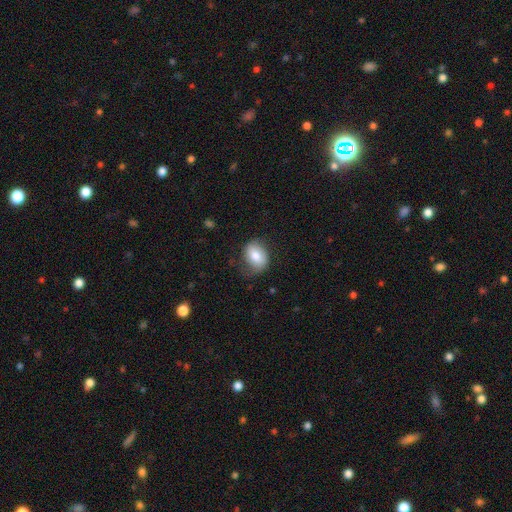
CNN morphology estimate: The model was most divided on "how rounded": in between: 64%, round: 35%, cigar-shaped: 1%. More confident: smooth or featured — smooth (74%); merging — none (64%).